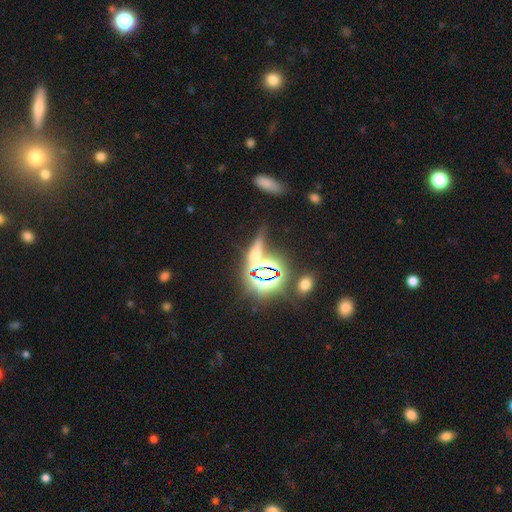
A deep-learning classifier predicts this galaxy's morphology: smooth_or_featured: star or artifact (p=0.49) [alt: smooth p=0.32]